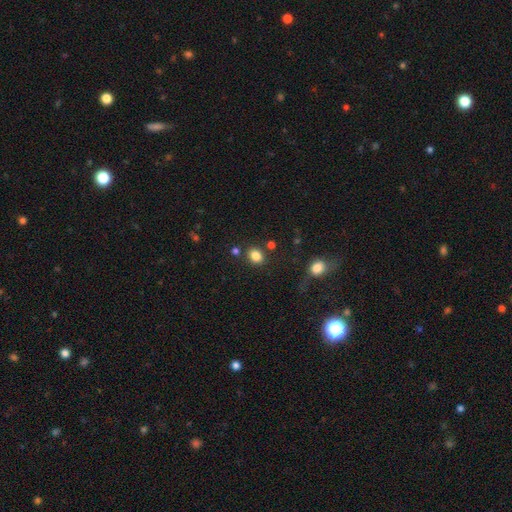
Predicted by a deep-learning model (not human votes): Smooth or featured?
  - smooth: 83% *
  - star or artifact: 11%
  - featured or disk: 5%
How rounded?
  - round: 51% *
  - in between: 48%
  - cigar-shaped: 1%
Merging?
  - none: 81% *
  - minor disturbance: 10%
  - merger: 6%
  - major disturbance: 3%